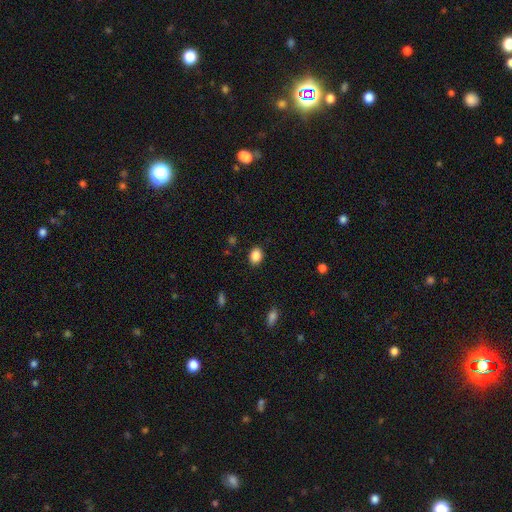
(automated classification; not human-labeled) Q: Smooth or featured?
A: smooth (87%); runner-up: star or artifact (9%)
Q: How rounded?
A: in between (63%); runner-up: round (36%)
Q: Merging?
A: none (89%); runner-up: minor disturbance (8%)